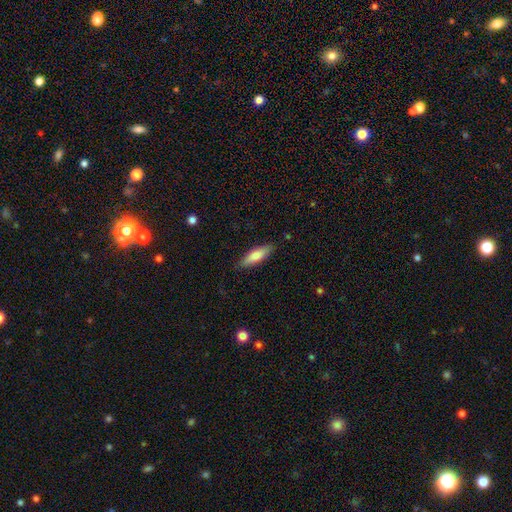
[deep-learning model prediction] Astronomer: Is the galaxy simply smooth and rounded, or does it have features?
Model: smooth — 71%.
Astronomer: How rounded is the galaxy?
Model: cigar-shaped — 54% (runner-up: in between, 45%).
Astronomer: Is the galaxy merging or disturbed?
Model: none — 85%.